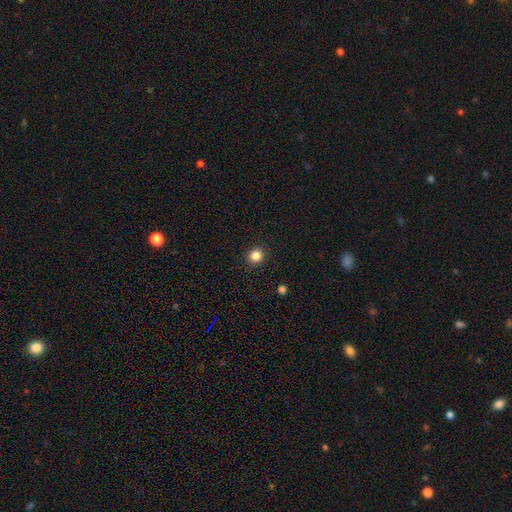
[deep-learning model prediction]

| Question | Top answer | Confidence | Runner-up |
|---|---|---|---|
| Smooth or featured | smooth | 84% | star or artifact (12%) |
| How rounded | round | 93% | in between (6%) |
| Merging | none | 92% | minor disturbance (5%) |